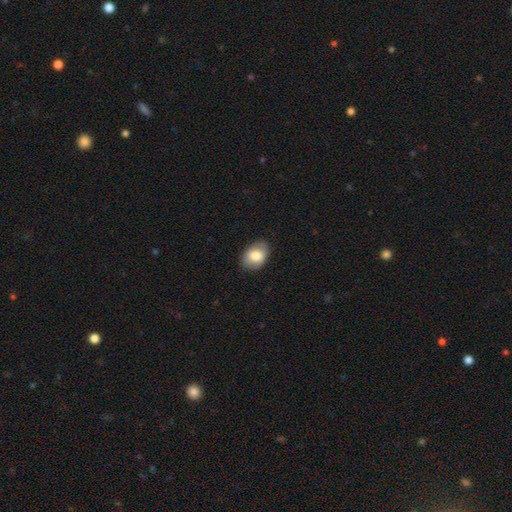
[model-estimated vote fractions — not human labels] Q: Smooth or featured?
A: smooth (78%); runner-up: featured or disk (15%)
Q: How rounded?
A: in between (81%); runner-up: round (18%)
Q: Merging?
A: none (82%); runner-up: minor disturbance (14%)